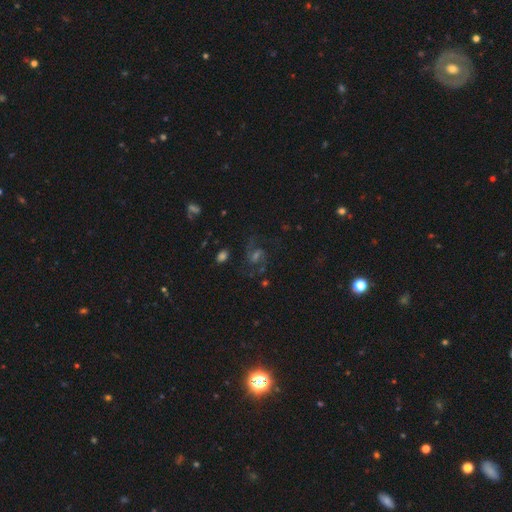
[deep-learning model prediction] A featured or disk galaxy (69%) with a weak bar (52%), 2 (89%) medium (55%) spiral arms (95%) and a small central bulge (41%).

Vote fractions:
- Smooth or featured? featured or disk: 69% / star or artifact: 20% / smooth: 11%
- Edge-on disk? no: 97% / yes: 3%
- Bar? weak: 52% / no: 29% / strong: 18%
- Spiral arms? yes: 95% / no: 5%
- Spiral winding? medium: 55% / loose: 32% / tight: 13%
- Spiral arm count? 2: 89% / can't tell: 4% / 3: 2% / 1: 2% / 4: 1% / more than 4: 1%
- Bulge size? small: 41% / moderate: 37% / none: 12% / large: 8% / dominant: 2%
- Merging? none: 74% / minor disturbance: 13% / major disturbance: 10% / merger: 3%